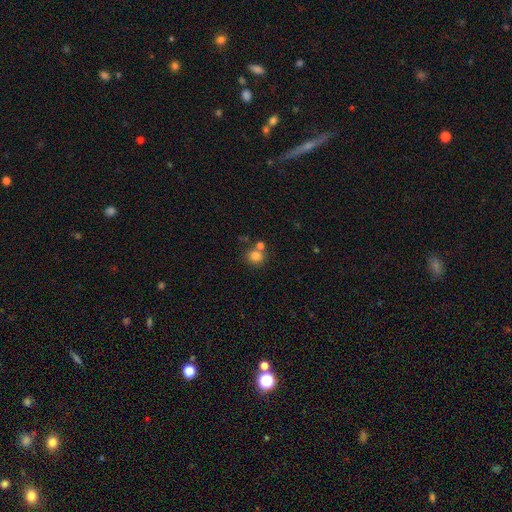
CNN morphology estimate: Overall: smooth (81%). How rounded: round (84%). Merging: none (61%; merger 27%).